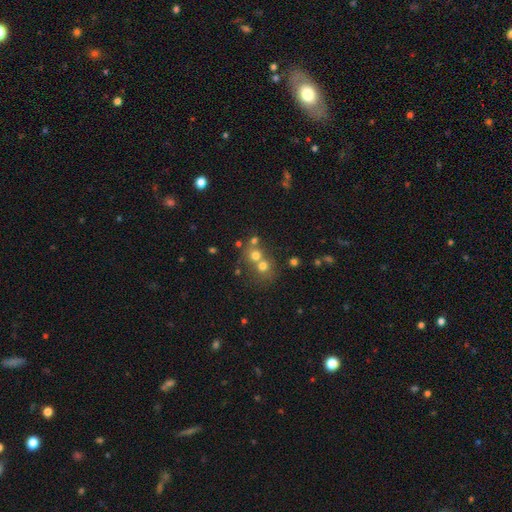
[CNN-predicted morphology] Smooth or featured? smooth (64%)
How rounded? round (81%)
Merging? merger (55%)